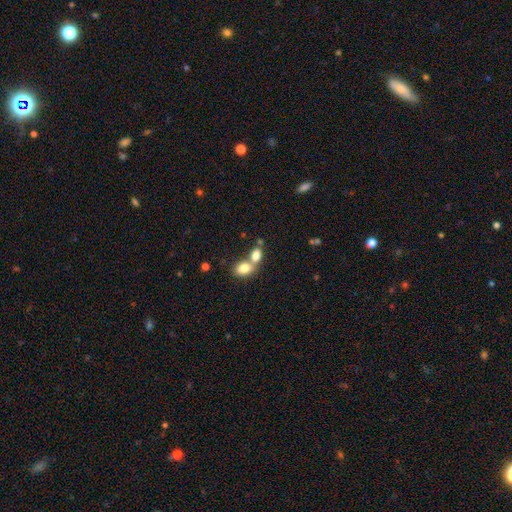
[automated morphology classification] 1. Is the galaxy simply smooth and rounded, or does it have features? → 80% smooth, 11% featured or disk, 9% star or artifact.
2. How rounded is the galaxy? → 76% in between, 22% round, 2% cigar-shaped.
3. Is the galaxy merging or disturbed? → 62% merger, 28% none, 7% minor disturbance, 3% major disturbance.